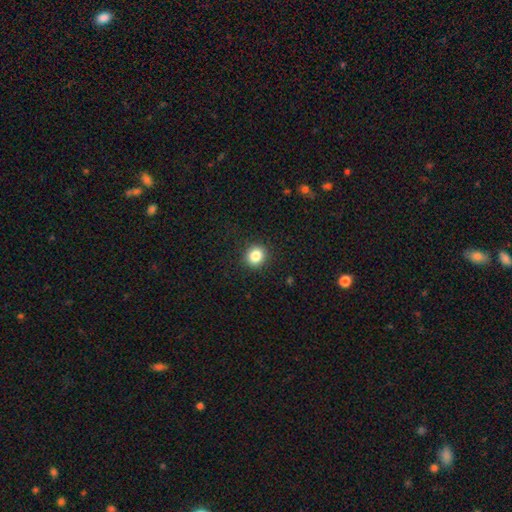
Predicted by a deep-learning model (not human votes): A smooth galaxy with no disk features (84%) that is round (84%).

Vote fractions:
- Smooth or featured? smooth: 84% / star or artifact: 11% / featured or disk: 5%
- How rounded? round: 84% / in between: 15% / cigar-shaped: 1%
- Merging? none: 91% / minor disturbance: 6% / major disturbance: 2% / merger: 1%